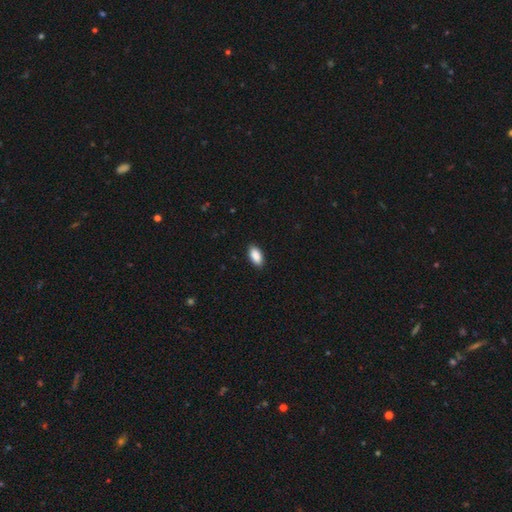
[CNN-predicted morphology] smooth_or_featured: smooth (p=0.90) [alt: star or artifact p=0.06]
how_rounded: in between (p=0.94) [alt: cigar-shaped p=0.04]
merging: none (p=0.90) [alt: minor disturbance p=0.08]